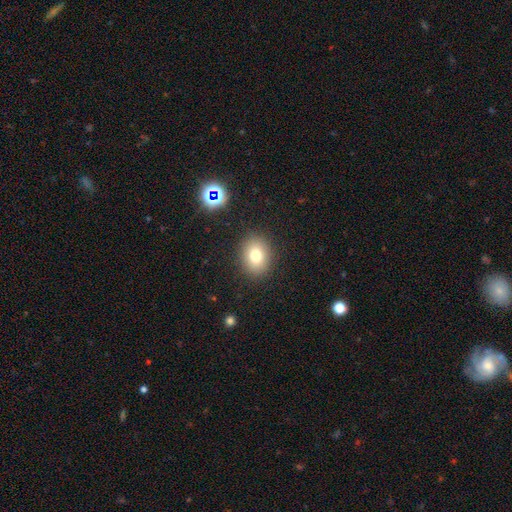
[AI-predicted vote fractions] This appears to be a smooth galaxy with no disk features (77%) that is round (51%). Merging: none (88%).